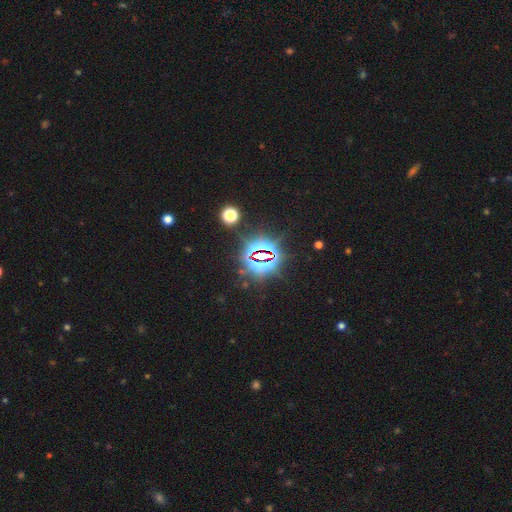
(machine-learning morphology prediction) A star or artifact, not a galaxy (81%).